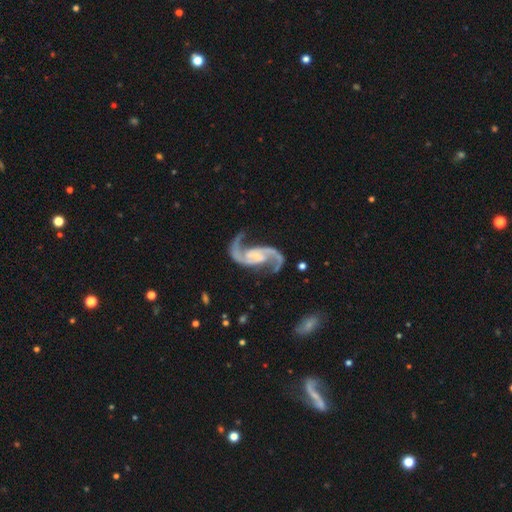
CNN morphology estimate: type=featured or disk (94%); edge-on=no (98%); bar=no (42%); spiral arms=yes (98%); winding=loose (48%); arm count=2 (95%); bulge=small (56%); merging=none (74%).